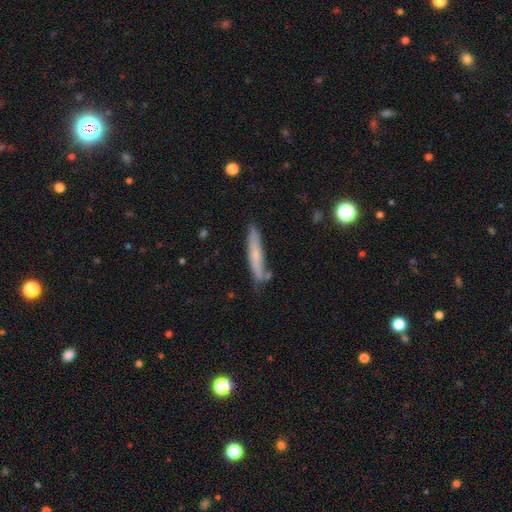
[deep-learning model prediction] A smooth galaxy with no disk features (56%) that is cigar-shaped (92%).

Vote fractions:
- Smooth or featured? smooth: 56% / featured or disk: 37% / star or artifact: 7%
- How rounded? cigar-shaped: 92% / in between: 6% / round: 2%
- Merging? none: 76% / minor disturbance: 17% / merger: 5% / major disturbance: 3%